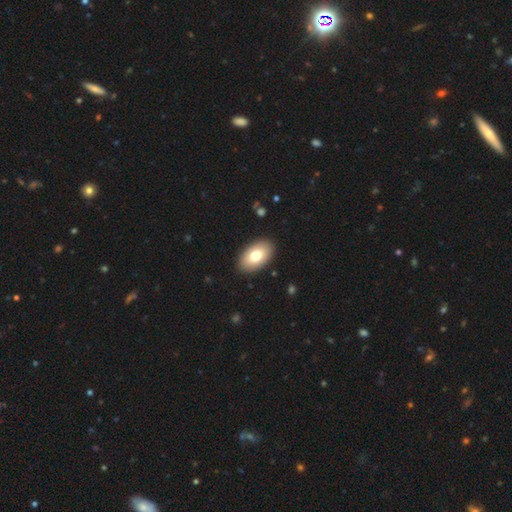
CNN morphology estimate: A smooth galaxy with no disk features (76%) that is in between round and cigar-shaped (94%).

Vote fractions:
- Smooth or featured? smooth: 76% / featured or disk: 17% / star or artifact: 6%
- How rounded? in between: 94% / round: 4% / cigar-shaped: 1%
- Merging? none: 90% / minor disturbance: 7% / major disturbance: 2% / merger: 1%